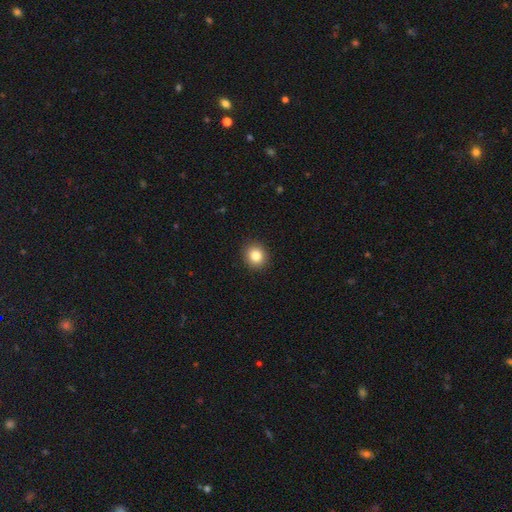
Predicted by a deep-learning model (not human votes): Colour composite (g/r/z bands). It shows a smooth galaxy with no disk features (83%) that is round (83%). Merging: none (92%).